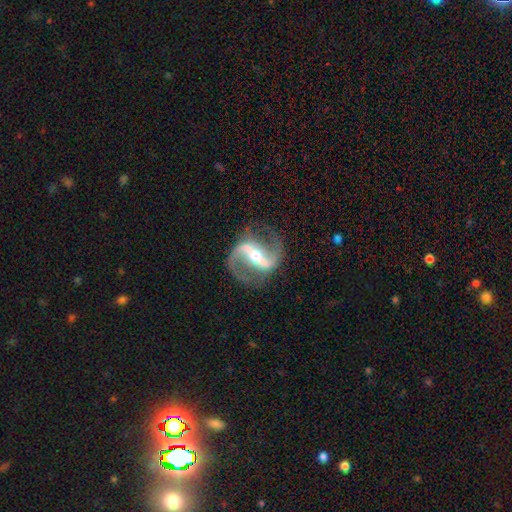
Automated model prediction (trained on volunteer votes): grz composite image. It shows a featured or disk galaxy (92%) with a strong bar (68%), 2 (93%) loose (49%) spiral arms (96%) and a moderate central bulge (54%). Merging: none (81%).